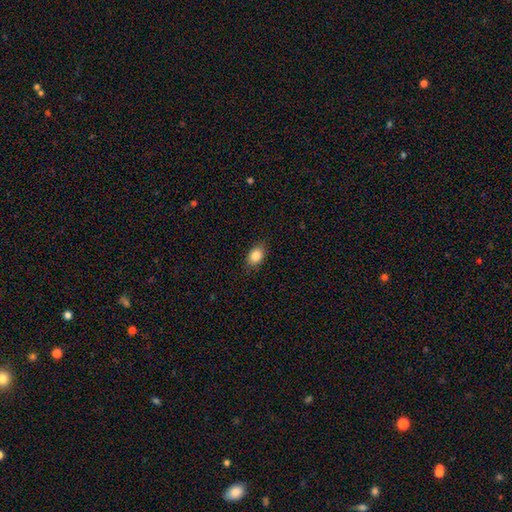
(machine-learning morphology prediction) Overall: smooth (84%). How rounded: in between (82%). Merging: none (86%).